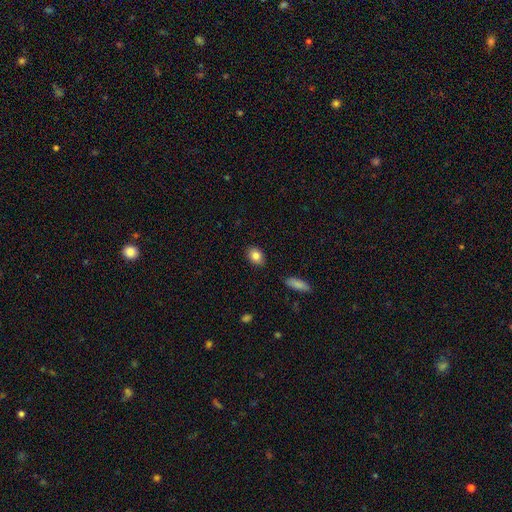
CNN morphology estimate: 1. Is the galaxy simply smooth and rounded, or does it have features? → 83% smooth, 8% featured or disk, 8% star or artifact.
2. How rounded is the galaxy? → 73% in between, 25% round, 2% cigar-shaped.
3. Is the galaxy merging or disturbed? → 87% none, 10% minor disturbance, 2% major disturbance, 1% merger.